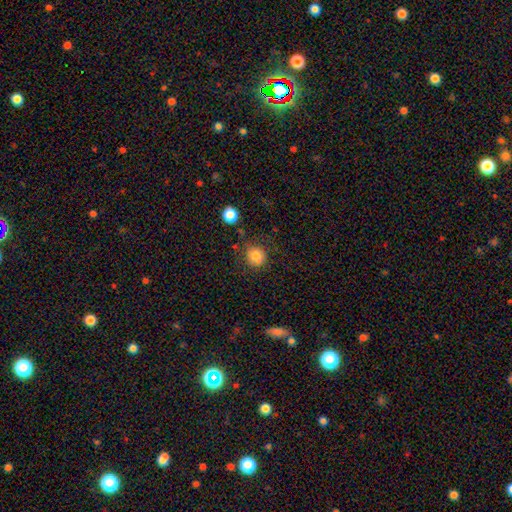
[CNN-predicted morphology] A smooth galaxy with no disk features (82%) that is round (78%).

Vote fractions:
- Smooth or featured? smooth: 82% / star or artifact: 11% / featured or disk: 7%
- How rounded? round: 78% / in between: 21% / cigar-shaped: 1%
- Merging? none: 72% / minor disturbance: 17% / major disturbance: 6% / merger: 5%